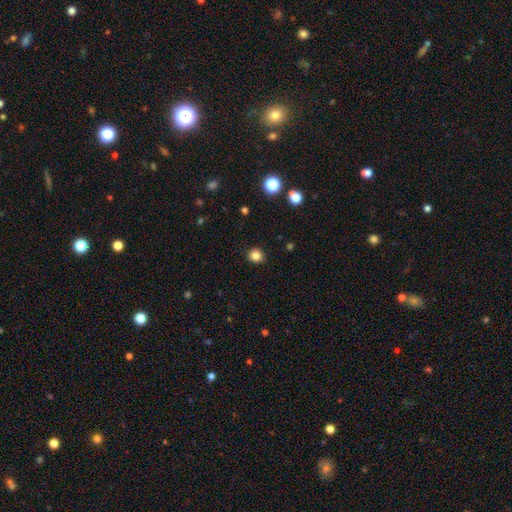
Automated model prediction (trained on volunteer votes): This appears to be a smooth galaxy with no disk features (83%) that is round (86%). Merging: none (91%).